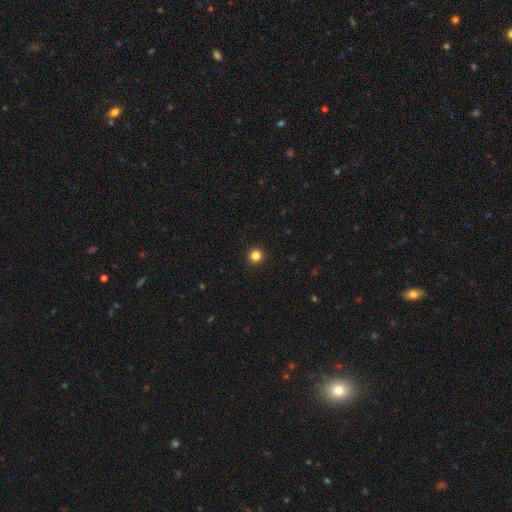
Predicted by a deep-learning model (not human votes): The model was most divided on "smooth or featured": smooth: 84%, star or artifact: 12%, featured or disk: 4%. More confident: how rounded — round (96%); merging — none (94%).